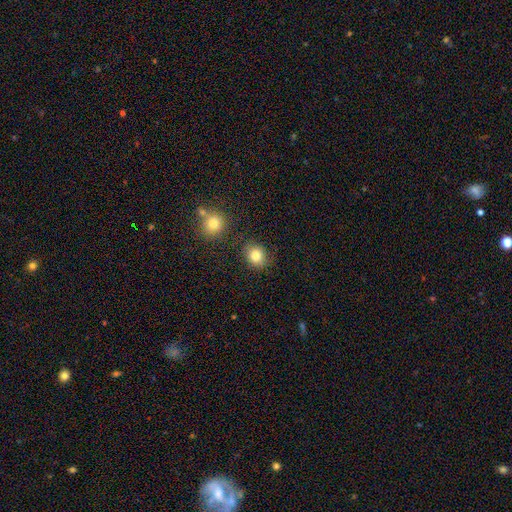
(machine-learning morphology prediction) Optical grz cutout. It shows a smooth galaxy with no disk features (82%) that is round (69%). Merging: none (81%).